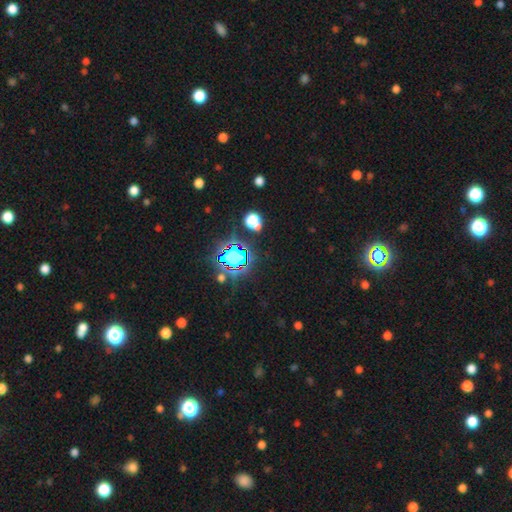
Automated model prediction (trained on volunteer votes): A star or artifact, not a galaxy (81%).

Vote fractions:
- Smooth or featured? star or artifact: 81% / smooth: 12% / featured or disk: 7%